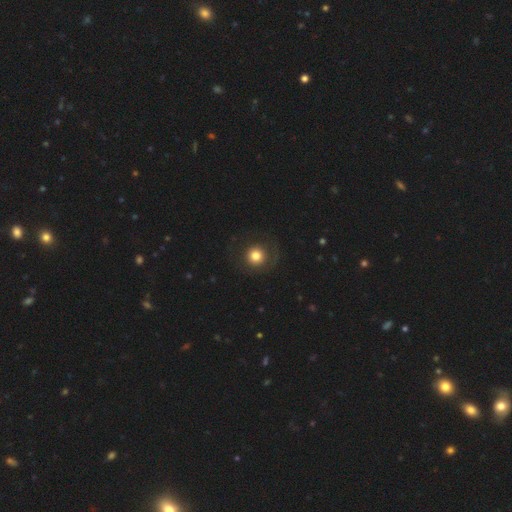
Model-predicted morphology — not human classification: Smooth or featured?
  - smooth: 74% *
  - featured or disk: 16%
  - star or artifact: 10%
How rounded?
  - round: 94% *
  - in between: 5%
  - cigar-shaped: 1%
Merging?
  - none: 76% *
  - major disturbance: 12%
  - minor disturbance: 11%
  - merger: 1%